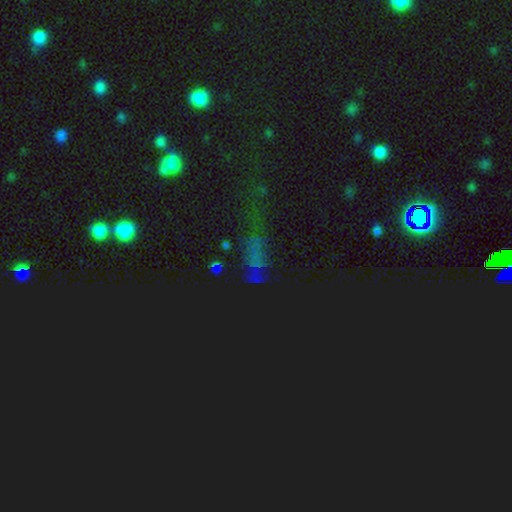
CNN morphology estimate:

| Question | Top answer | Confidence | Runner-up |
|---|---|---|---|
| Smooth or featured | star or artifact | 49% | smooth (35%) |